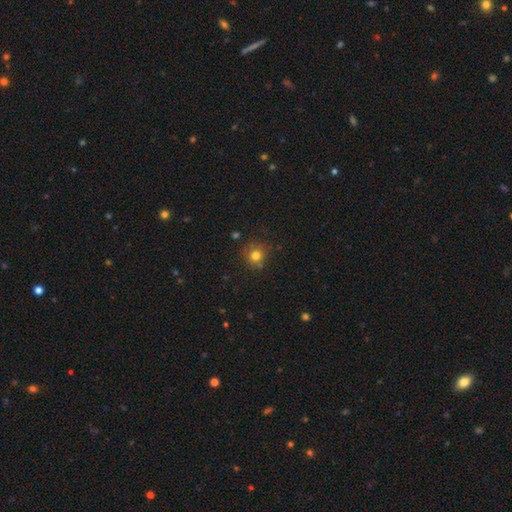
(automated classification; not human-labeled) This is likely a smooth galaxy (77%). How rounded: clearly round (89%). Merging: likely none (78%).